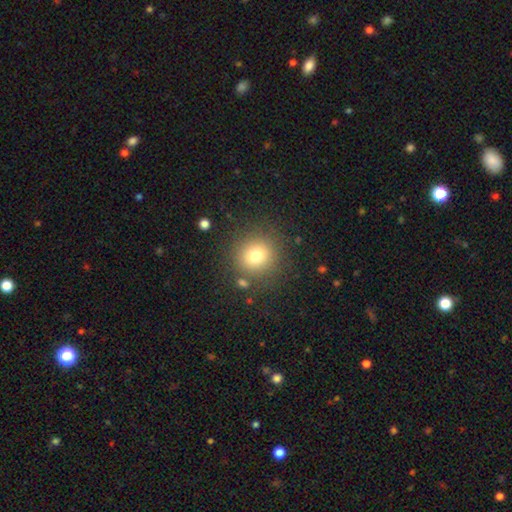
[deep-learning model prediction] Smooth or featured: smooth — 76% (star or artifact — 14%)
How rounded: round — 90% (in between — 9%)
Merging: none — 84% (minor disturbance — 8%)